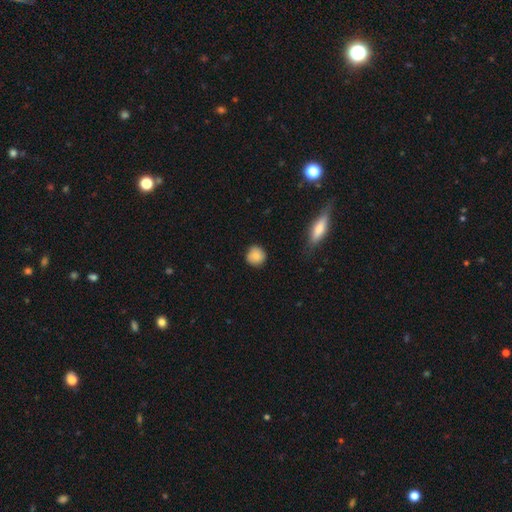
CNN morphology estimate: Smooth or featured? Predicted: smooth (p=0.83). How rounded? Predicted: round (p=0.91). Merging? Predicted: none (p=0.83).